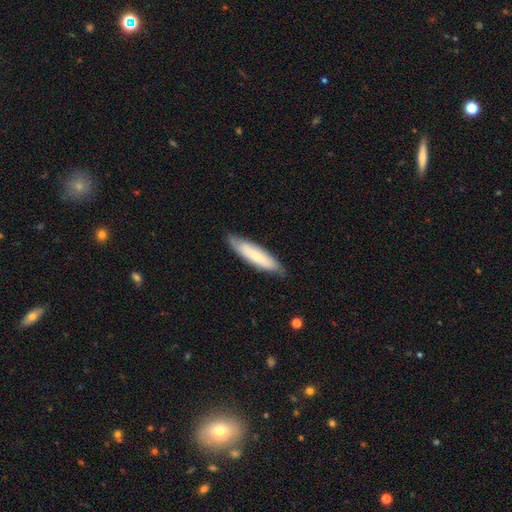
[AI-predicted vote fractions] smooth-or-featured: smooth: 69% | featured or disk: 25% | star or artifact: 6%
  how-rounded: cigar-shaped: 76% | in between: 22% | round: 1%
  merging: none: 81% | minor disturbance: 15% | major disturbance: 2% | merger: 1%